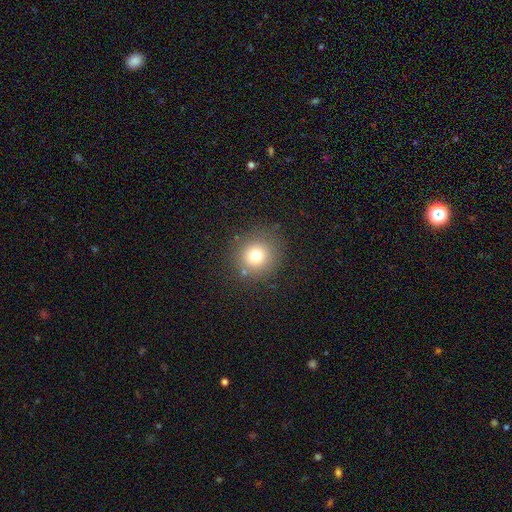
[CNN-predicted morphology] A smooth galaxy with no disk features (74%) that is round (91%).

Vote fractions:
- Smooth or featured? smooth: 74% / star or artifact: 15% / featured or disk: 11%
- How rounded? round: 91% / in between: 8% / cigar-shaped: 1%
- Merging? none: 84% / minor disturbance: 9% / major disturbance: 4% / merger: 3%